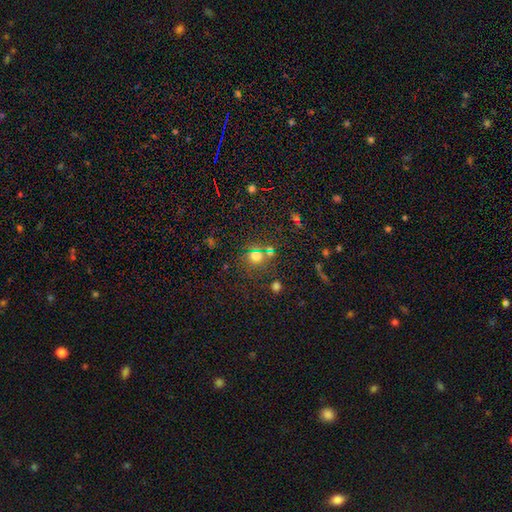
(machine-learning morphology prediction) Smooth or featured: smooth — 60% (star or artifact — 31%)
How rounded: round — 87% (in between — 11%)
Merging: none — 74% (minor disturbance — 11%)